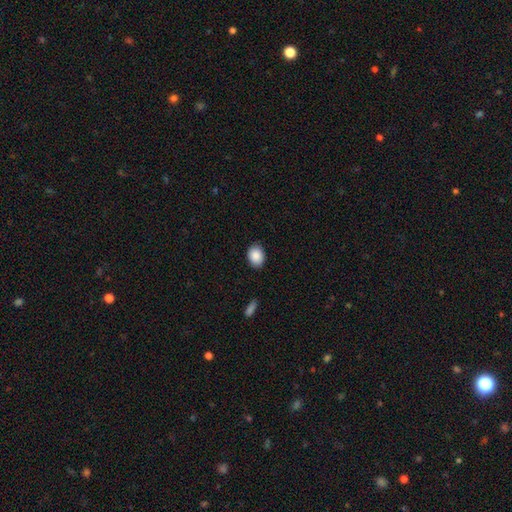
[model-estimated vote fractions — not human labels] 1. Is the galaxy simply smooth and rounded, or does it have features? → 88% smooth, 7% star or artifact, 4% featured or disk.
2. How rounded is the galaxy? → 68% in between, 31% round, 1% cigar-shaped.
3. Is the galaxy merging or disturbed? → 85% none, 12% minor disturbance, 2% major disturbance, 1% merger.